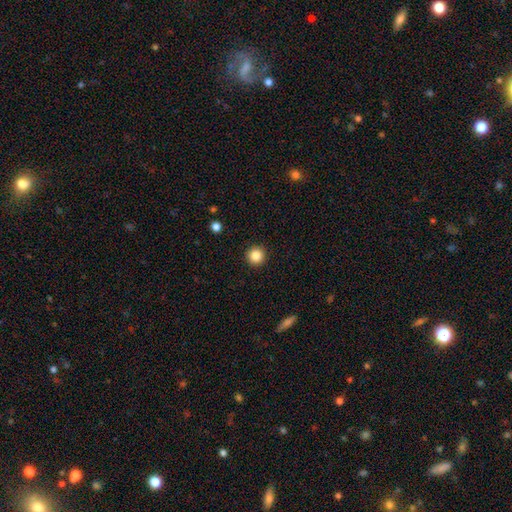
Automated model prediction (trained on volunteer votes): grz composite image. It shows a smooth galaxy with no disk features (85%) that is round (96%). Merging: none (93%).